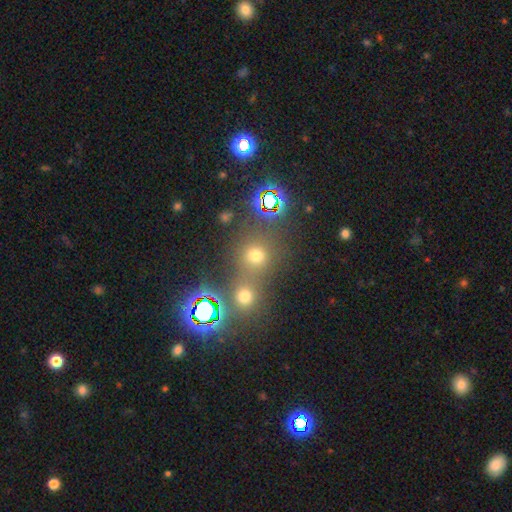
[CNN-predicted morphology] smooth_or_featured: smooth (p=0.59) [alt: star or artifact p=0.34]
how_rounded: round (p=0.84) [alt: in between p=0.14]
merging: none (p=0.54) [alt: merger p=0.35]